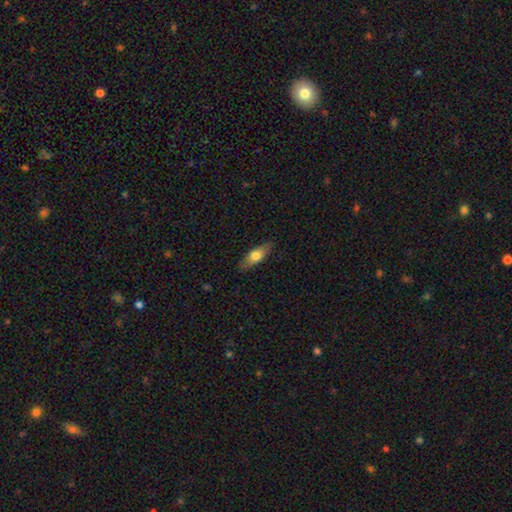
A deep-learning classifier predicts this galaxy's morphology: Smooth or featured: smooth — 62% (featured or disk — 32%)
How rounded: in between — 59% (cigar-shaped — 38%)
Merging: none — 86% (minor disturbance — 10%)